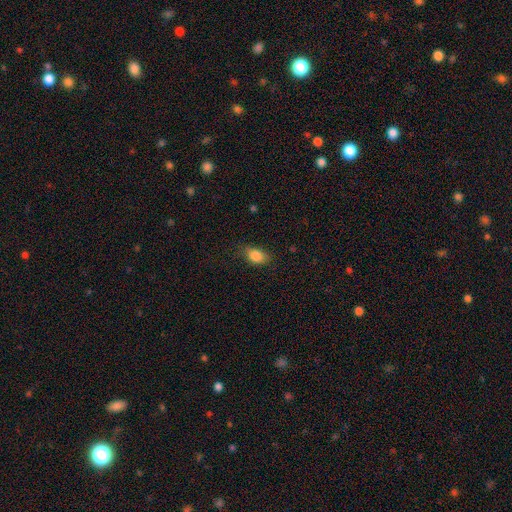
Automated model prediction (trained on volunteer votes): The model was most divided on "merging": none: 69%, minor disturbance: 23%, major disturbance: 6%, merger: 1%. More confident: smooth or featured — smooth (85%); how rounded — in between (79%).